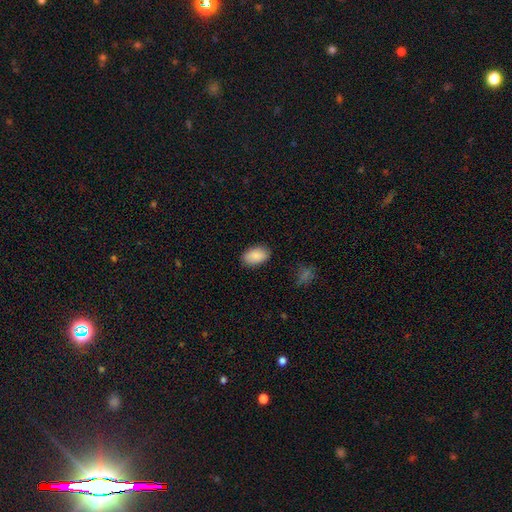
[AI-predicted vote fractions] Morphology: type=smooth (88%); roundness=in between (92%); merging=none (86%).